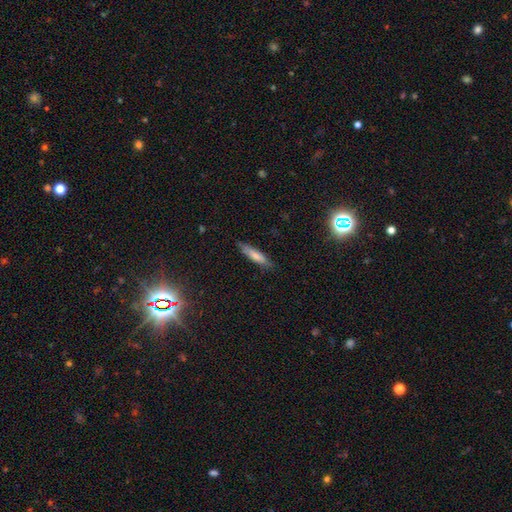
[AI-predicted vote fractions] Smooth or featured: smooth — 71% (featured or disk — 22%)
How rounded: cigar-shaped — 74% (in between — 24%)
Merging: none — 81% (minor disturbance — 15%)